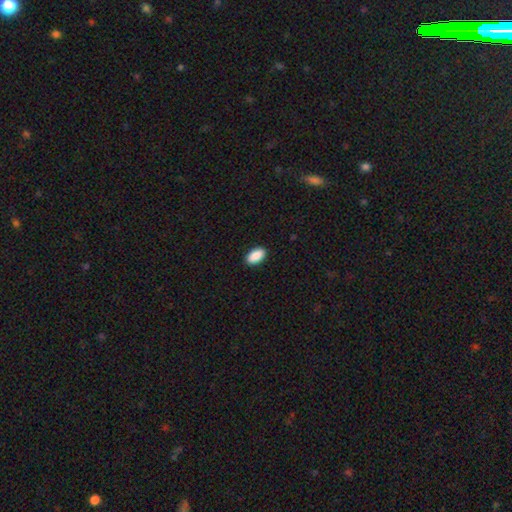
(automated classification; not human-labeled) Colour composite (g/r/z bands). It shows a smooth galaxy with no disk features (90%) that is in between round and cigar-shaped (95%). Merging: none (90%).